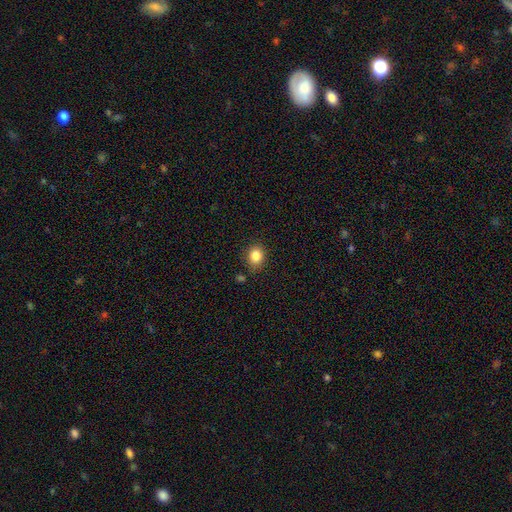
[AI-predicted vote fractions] Overall: smooth (85%). How rounded: round (59%; in between 40%). Merging: none (82%).